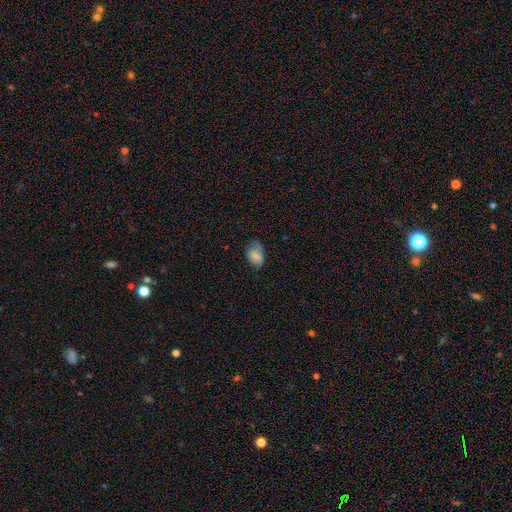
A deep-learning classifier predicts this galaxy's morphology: This is likely a smooth galaxy (77%). How rounded: clearly in between (85%). Merging: possibly none (50%).